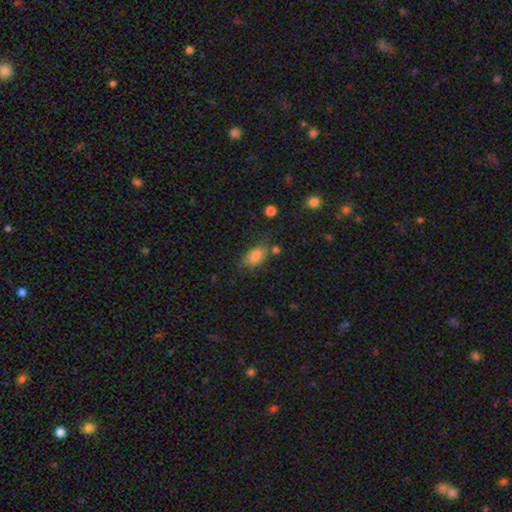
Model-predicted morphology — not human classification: A smooth galaxy with no disk features (79%) that is in between round and cigar-shaped (90%). Merging: none (62%).